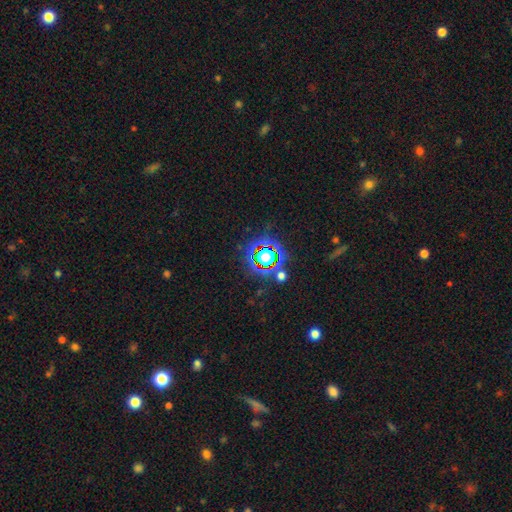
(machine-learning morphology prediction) This appears to be a star or artifact, not a galaxy (80%).